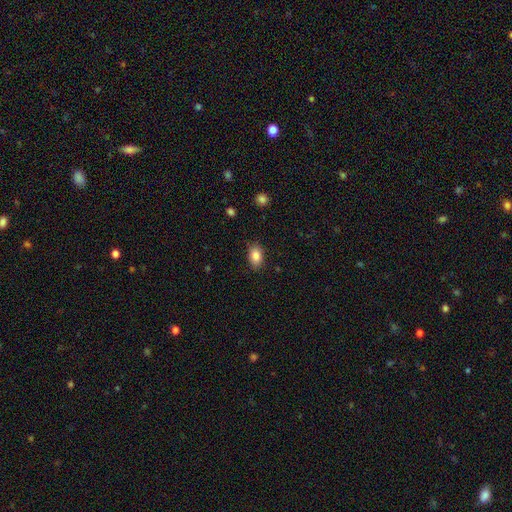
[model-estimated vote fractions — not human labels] Morphology: type=smooth (86%); roundness=in between (87%); merging=none (85%).